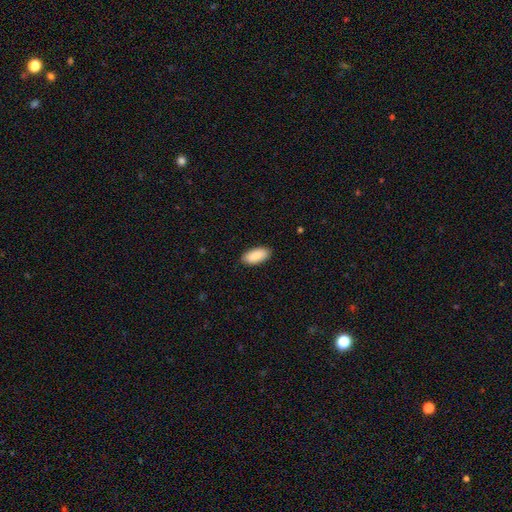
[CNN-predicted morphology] The model was most divided on "merging": none: 89%, minor disturbance: 9%, major disturbance: 2%, merger: 1%. More confident: how rounded — in between (91%); smooth or featured — smooth (90%).